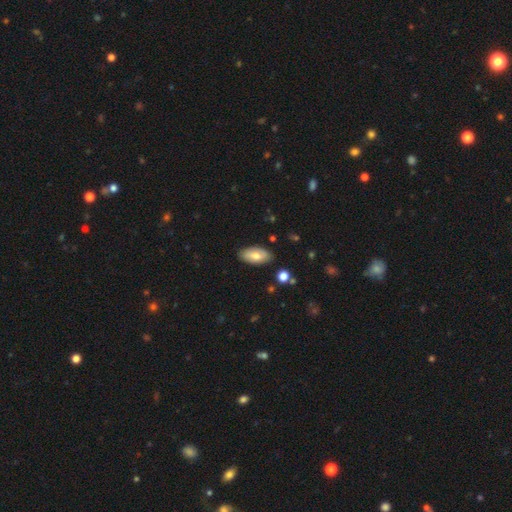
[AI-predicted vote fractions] This appears to be a smooth galaxy with no disk features (74%) that is in between round and cigar-shaped (93%). Merging: none (86%).